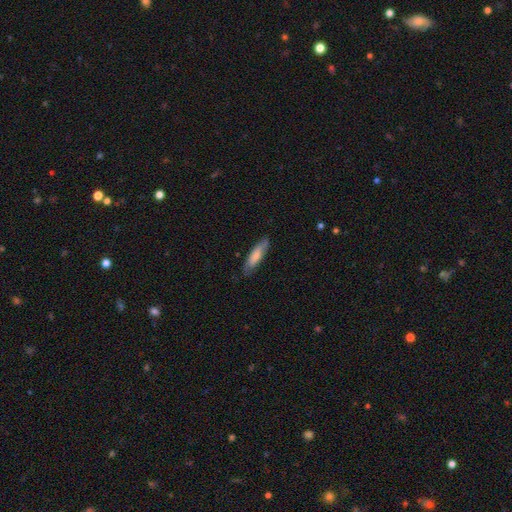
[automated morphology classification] This appears to be a smooth galaxy with no disk features (70%) that is cigar-shaped (65%). Merging: none (79%).